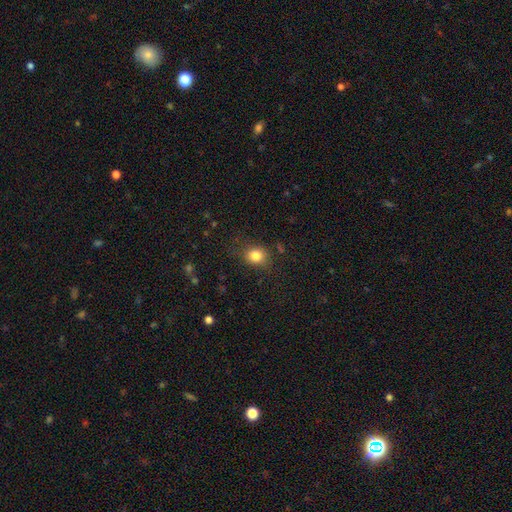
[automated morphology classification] This is clearly a smooth galaxy (83%). How rounded: likely round (66%). Merging: likely none (77%).